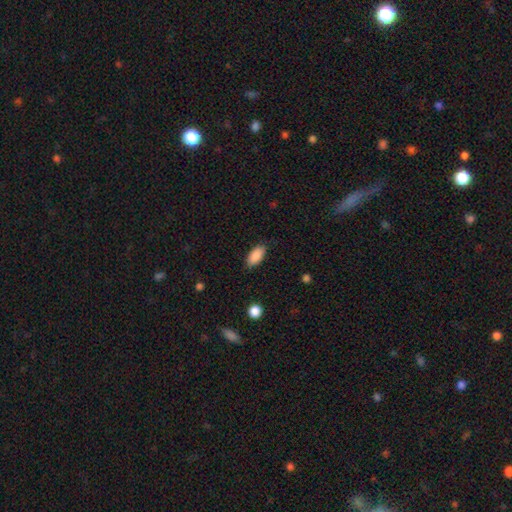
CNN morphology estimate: A smooth galaxy with no disk features (89%) that is in between round and cigar-shaped (91%).

Vote fractions:
- Smooth or featured? smooth: 89% / star or artifact: 7% / featured or disk: 5%
- How rounded? in between: 91% / cigar-shaped: 7% / round: 2%
- Merging? none: 85% / minor disturbance: 12% / major disturbance: 3% / merger: 1%